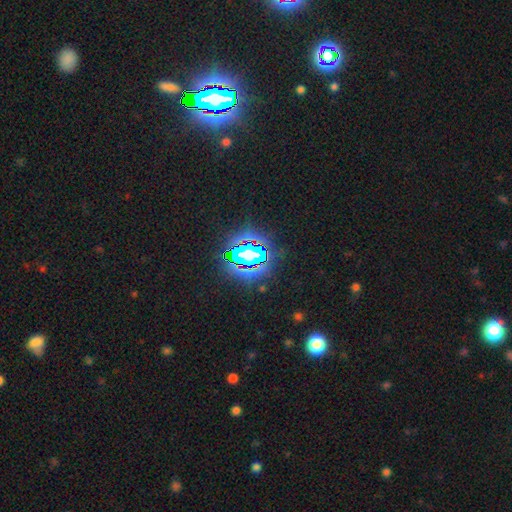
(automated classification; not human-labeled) Overall: star or artifact (81%).